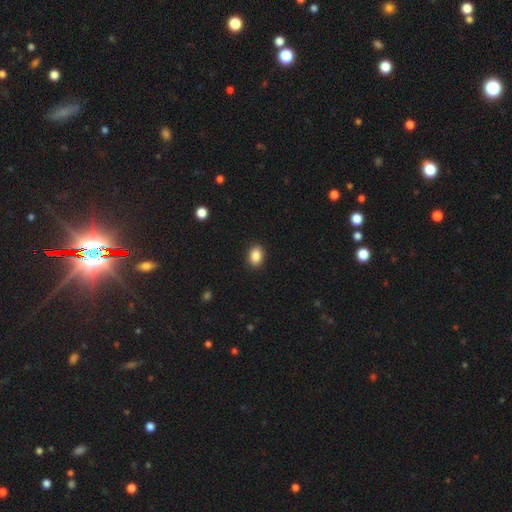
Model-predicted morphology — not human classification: Smooth or featured? smooth (88%)
How rounded? in between (79%)
Merging? none (90%)